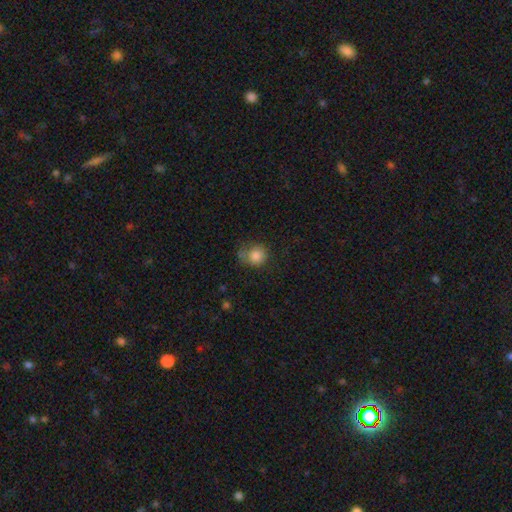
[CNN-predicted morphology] Q: Smooth or featured?
A: smooth (83%); runner-up: star or artifact (10%)
Q: How rounded?
A: round (81%); runner-up: in between (18%)
Q: Merging?
A: none (52%); runner-up: minor disturbance (29%)